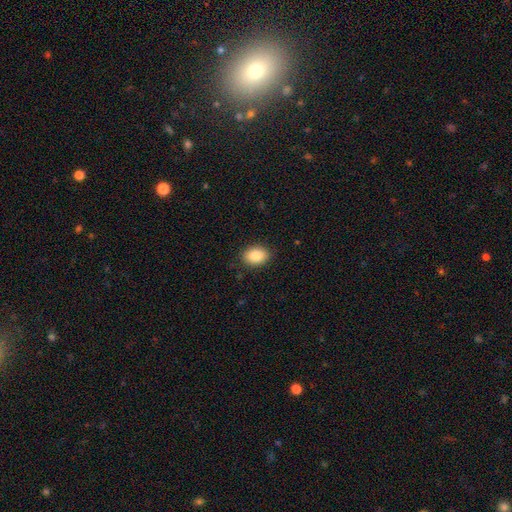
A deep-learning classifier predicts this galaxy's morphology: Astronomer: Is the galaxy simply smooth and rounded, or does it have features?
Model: smooth — 85%.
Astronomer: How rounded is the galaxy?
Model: in between — 70%.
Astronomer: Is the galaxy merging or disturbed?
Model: none — 88%.